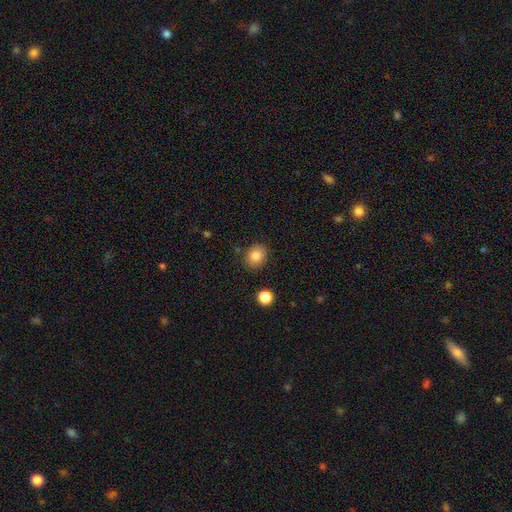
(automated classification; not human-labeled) smooth 84%, star or artifact 9%, featured or disk 7%. Down the decision tree: how rounded — round (51%); merging — none (84%).